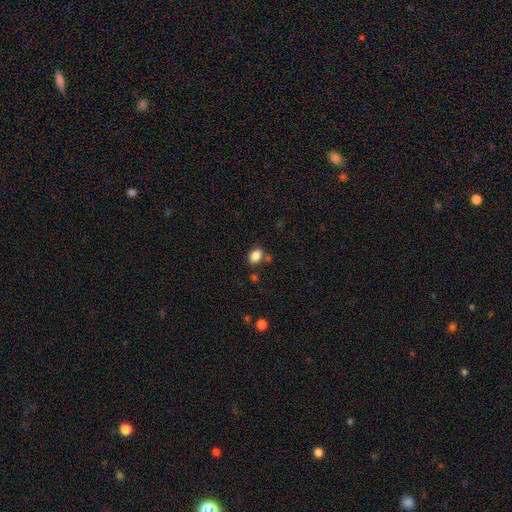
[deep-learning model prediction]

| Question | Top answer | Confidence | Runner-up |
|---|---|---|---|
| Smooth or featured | smooth | 85% | star or artifact (10%) |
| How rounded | in between | 70% | round (29%) |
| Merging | none | 75% | minor disturbance (13%) |